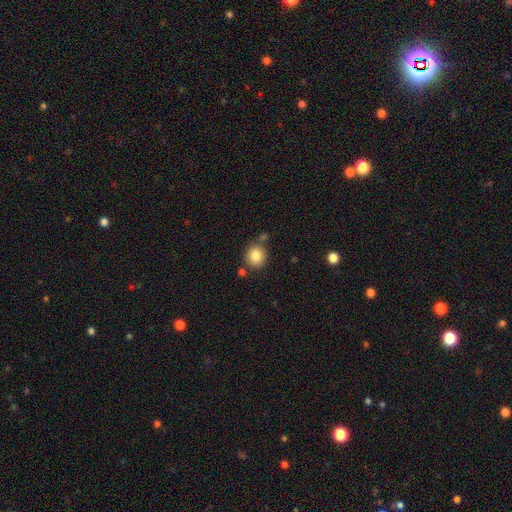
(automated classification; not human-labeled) smooth 83%, star or artifact 10%, featured or disk 7%. Down the decision tree: how rounded — round (83%); merging — none (77%).